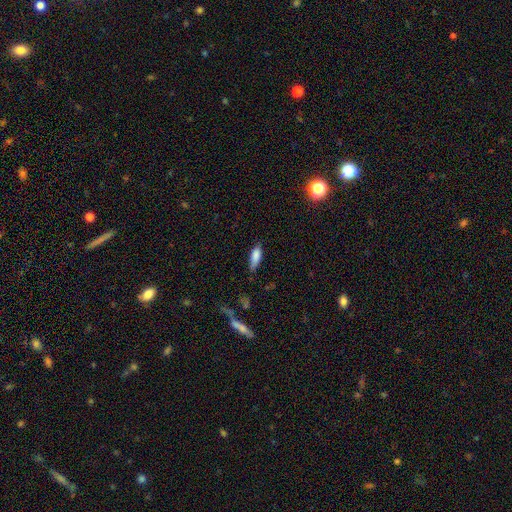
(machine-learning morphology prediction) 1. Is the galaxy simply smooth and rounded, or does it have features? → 82% smooth, 10% featured or disk, 7% star or artifact.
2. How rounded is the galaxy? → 64% in between, 34% cigar-shaped, 2% round.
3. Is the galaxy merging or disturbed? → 63% none, 28% minor disturbance, 6% major disturbance, 2% merger.